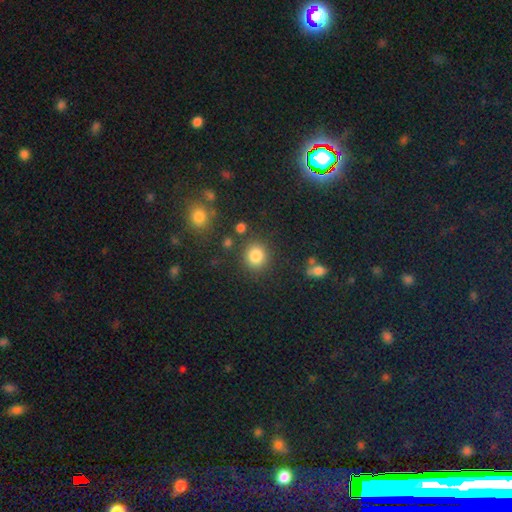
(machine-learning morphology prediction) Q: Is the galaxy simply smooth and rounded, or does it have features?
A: smooth — 83%.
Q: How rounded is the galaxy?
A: round — 81%.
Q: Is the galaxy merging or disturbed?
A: none — 82%.